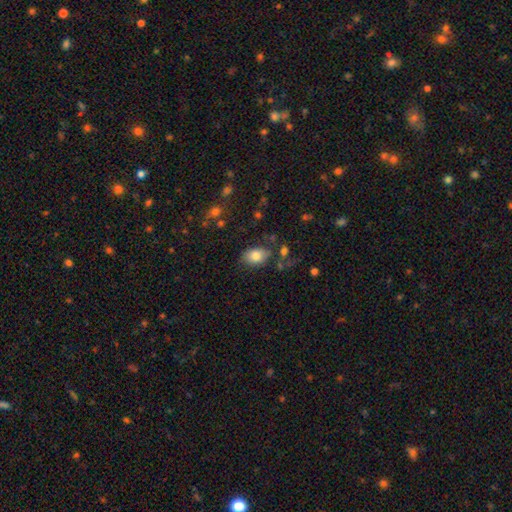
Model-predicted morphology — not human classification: Smooth or featured: smooth — 82% (featured or disk — 10%)
How rounded: in between — 82% (round — 16%)
Merging: none — 74% (minor disturbance — 17%)